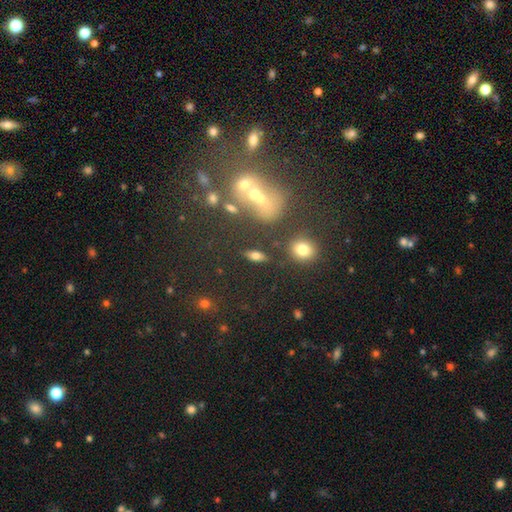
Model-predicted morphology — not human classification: The model was most divided on "smooth or featured": smooth: 66%, featured or disk: 21%, star or artifact: 13%. More confident: merging — none (79%); how rounded — in between (74%).